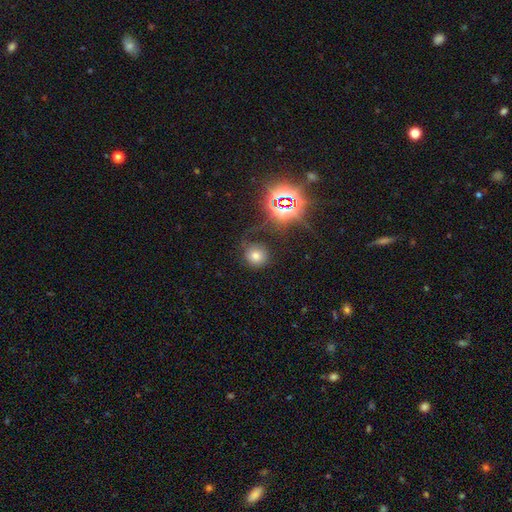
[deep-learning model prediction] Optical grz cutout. It shows a smooth galaxy with no disk features (66%) that is round (88%). Merging: none (70%).